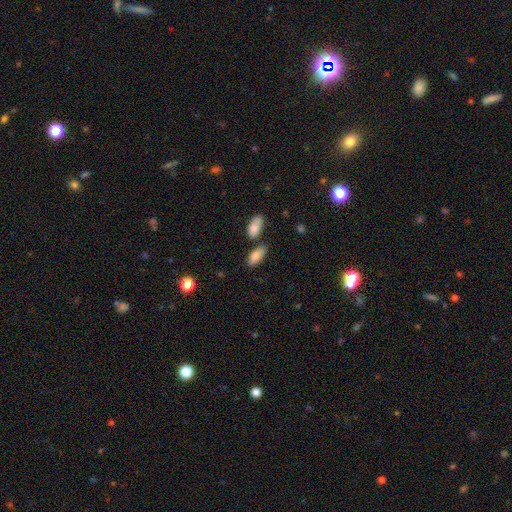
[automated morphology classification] This is clearly a smooth galaxy (84%). How rounded: clearly in between (87%). Merging: likely none (66%).